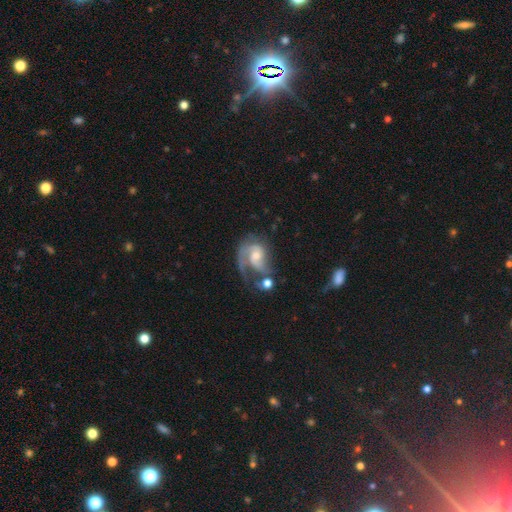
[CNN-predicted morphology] Q: Smooth or featured?
A: featured or disk (80%); runner-up: smooth (13%)
Q: Edge-on disk?
A: no (97%); runner-up: yes (3%)
Q: Bar?
A: no (54%); runner-up: weak (37%)
Q: Spiral arms?
A: yes (91%); runner-up: no (9%)
Q: Spiral winding?
A: medium (46%); runner-up: loose (29%)
Q: Spiral arm count?
A: 2 (41%); runner-up: 1 (39%)
Q: Bulge size?
A: moderate (53%); runner-up: small (34%)
Q: Merging?
A: none (33%); runner-up: major disturbance (30%)